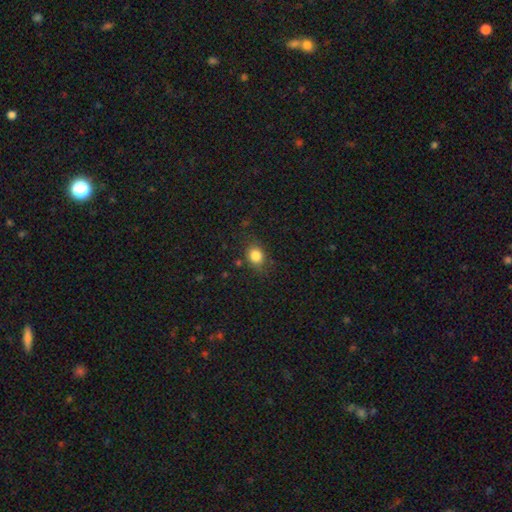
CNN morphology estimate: This appears to be a smooth galaxy with no disk features (84%) that is round (53%). Merging: none (78%).